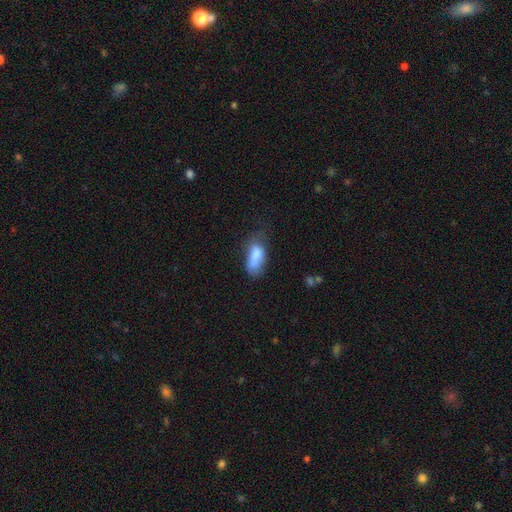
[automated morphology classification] A smooth galaxy with no disk features (79%) that is in between round and cigar-shaped (88%).

Vote fractions:
- Smooth or featured? smooth: 79% / featured or disk: 13% / star or artifact: 8%
- How rounded? in between: 88% / cigar-shaped: 9% / round: 3%
- Merging? minor disturbance: 35% / none: 32% / major disturbance: 28% / merger: 5%